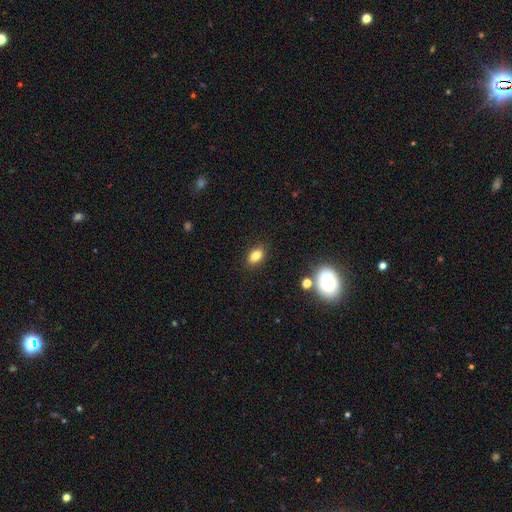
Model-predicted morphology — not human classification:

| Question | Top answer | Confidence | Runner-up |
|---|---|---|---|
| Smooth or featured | smooth | 81% | star or artifact (11%) |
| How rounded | in between | 84% | round (12%) |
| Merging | none | 86% | minor disturbance (9%) |